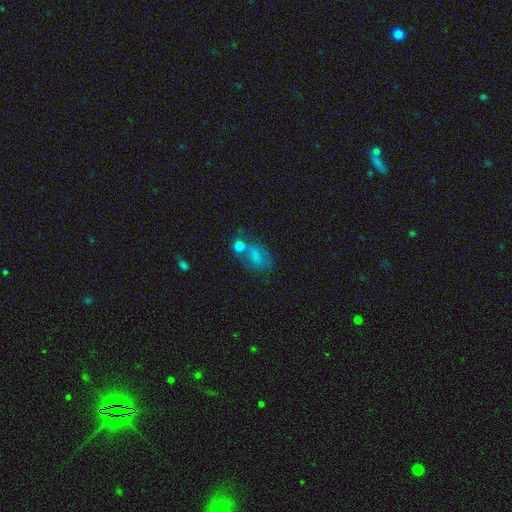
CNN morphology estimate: Smooth or featured: smooth — 54% (featured or disk — 28%)
How rounded: in between — 77% (round — 20%)
Merging: none — 39% (minor disturbance — 21%)